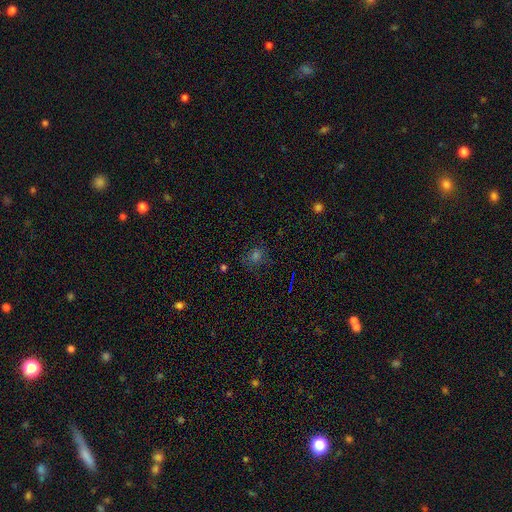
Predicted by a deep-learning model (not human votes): A smooth galaxy with no disk features (51%) that is round (77%). Merging: none (79%).